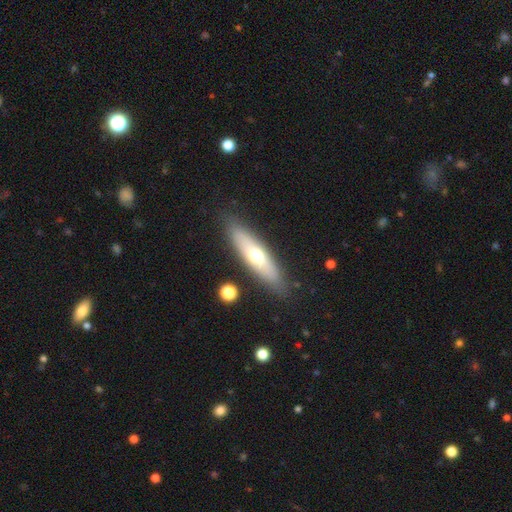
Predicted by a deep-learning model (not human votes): smooth_or_featured: smooth (p=0.53) [alt: featured or disk p=0.40]
how_rounded: cigar-shaped (p=0.61) [alt: in between p=0.37]
merging: none (p=0.85) [alt: minor disturbance p=0.10]